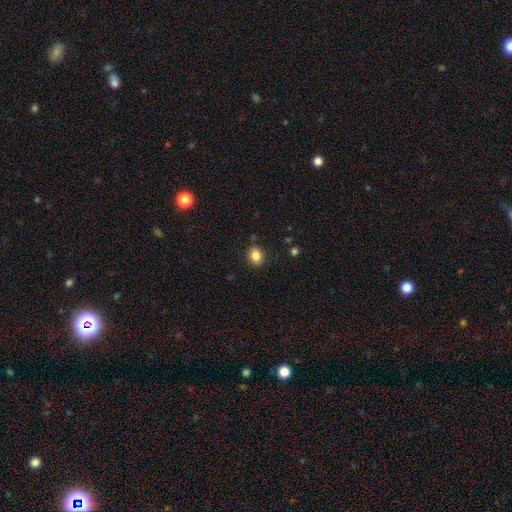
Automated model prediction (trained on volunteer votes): Smooth or featured: smooth — 85% (star or artifact — 10%)
How rounded: round — 59% (in between — 40%)
Merging: none — 86% (minor disturbance — 9%)